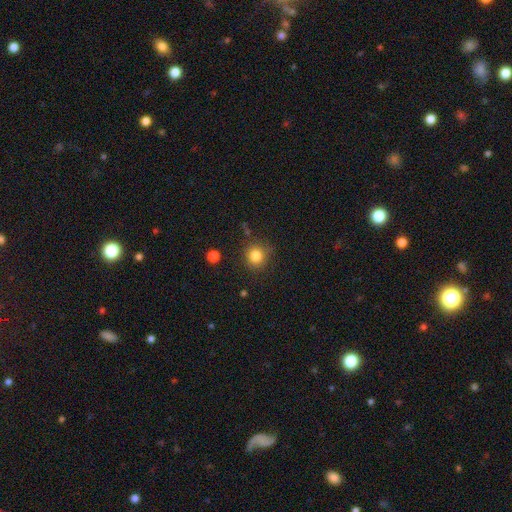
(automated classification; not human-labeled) Morphology: type=smooth (83%); roundness=round (91%); merging=none (84%).